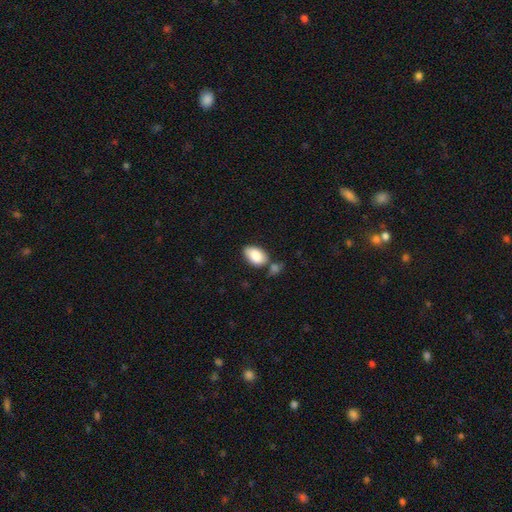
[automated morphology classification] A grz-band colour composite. It shows a smooth galaxy with no disk features (86%) that is in between round and cigar-shaped (93%). Merging: none (57%).